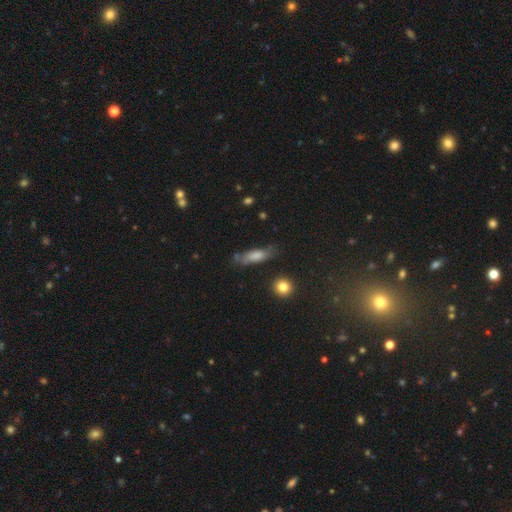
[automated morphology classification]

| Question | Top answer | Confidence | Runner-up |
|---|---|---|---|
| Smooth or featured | smooth | 69% | featured or disk (22%) |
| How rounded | cigar-shaped | 53% | in between (44%) |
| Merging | none | 62% | minor disturbance (24%) |